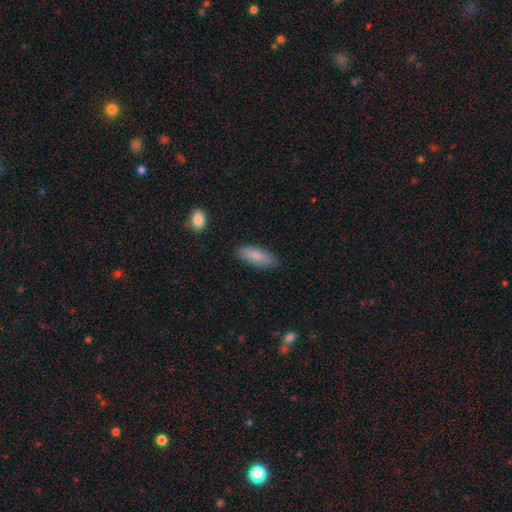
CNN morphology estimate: smooth_or_featured: smooth (p=0.84) [alt: featured or disk p=0.10]
how_rounded: in between (p=0.68) [alt: cigar-shaped p=0.30]
merging: none (p=0.82) [alt: minor disturbance p=0.14]